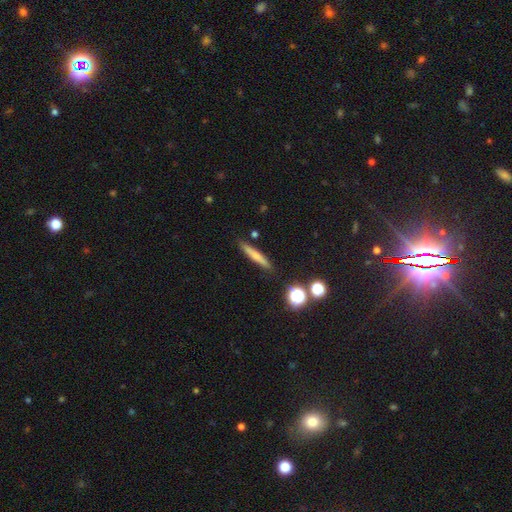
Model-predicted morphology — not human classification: smooth 64%, featured or disk 27%, star or artifact 9%. Down the decision tree: how rounded — cigar-shaped (91%); merging — none (87%).